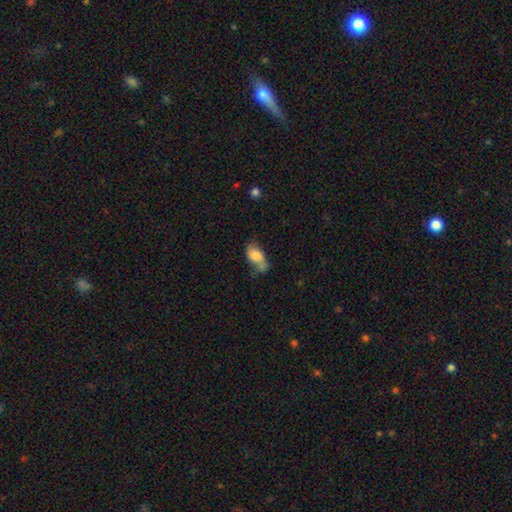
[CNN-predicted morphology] Smooth or featured? Predicted: smooth (p=0.64). How rounded? Predicted: in between (p=0.87). Merging? Predicted: none (p=0.34).